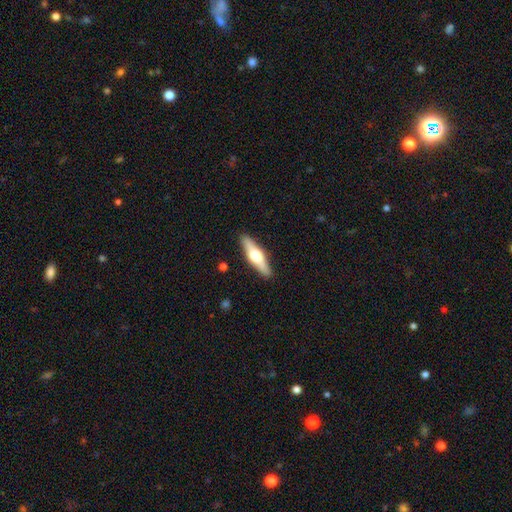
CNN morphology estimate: smooth_or_featured: featured or disk (p=0.58) [alt: smooth p=0.37]
disk_edge_on: yes (p=0.94) [alt: no p=0.06]
edge_on_bulge: rounded (p=0.94) [alt: boxy p=0.04]
merging: none (p=0.90) [alt: minor disturbance p=0.07]